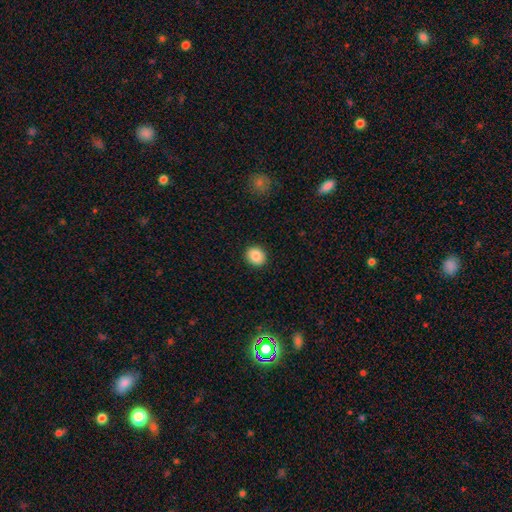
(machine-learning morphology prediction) This is clearly a smooth galaxy (87%). How rounded: likely round (72%). Merging: clearly none (91%).